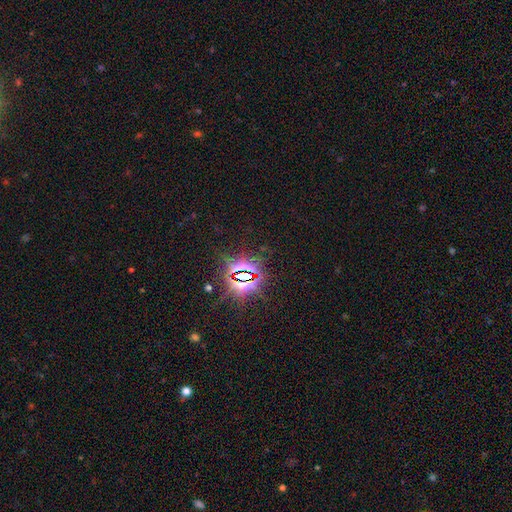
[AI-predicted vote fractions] Q: Smooth or featured?
A: star or artifact (84%); runner-up: smooth (9%)